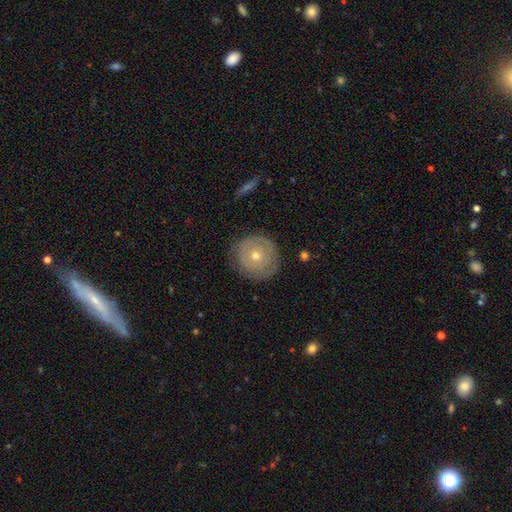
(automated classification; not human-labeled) A featured or disk galaxy (51%). Merging: none (83%).